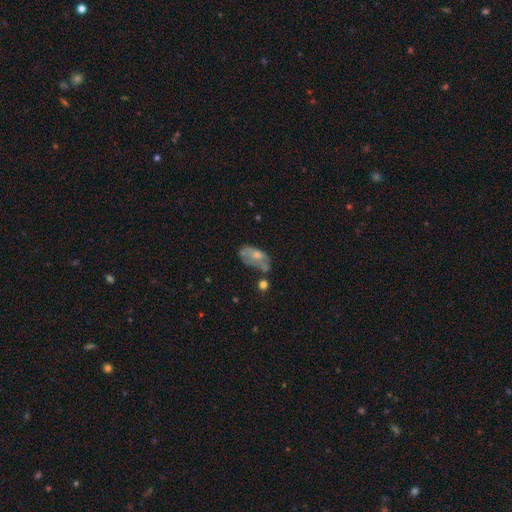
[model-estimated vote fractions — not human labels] This appears to be a smooth galaxy with no disk features (54%) that is in between round and cigar-shaped (89%). Merging: none (28%, tied with minor disturbance).